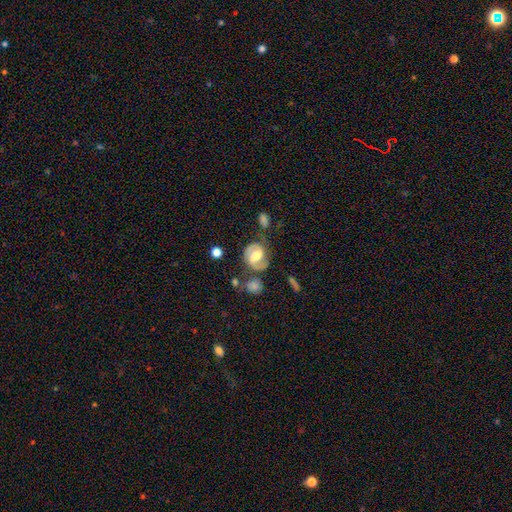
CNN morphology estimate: smooth_or_featured: featured or disk (p=0.77) [alt: smooth p=0.17]
disk_edge_on: no (p=0.98) [alt: yes p=0.02]
bar: weak (p=0.47) [alt: no p=0.27]
has_spiral_arms: yes (p=0.92) [alt: no p=0.08]
spiral_winding: medium (p=0.49) [alt: tight p=0.34]
spiral_arm_count: 2 (p=0.86) [alt: can't tell p=0.06]
bulge_size: moderate (p=0.60) [alt: large p=0.24]
merging: none (p=0.63) [alt: minor disturbance p=0.20]